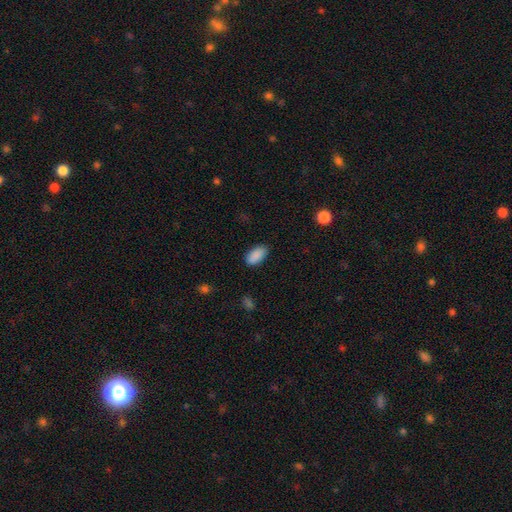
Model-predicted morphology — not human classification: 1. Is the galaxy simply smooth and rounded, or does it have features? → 89% smooth, 7% star or artifact, 3% featured or disk.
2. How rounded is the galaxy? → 93% in between, 4% cigar-shaped, 3% round.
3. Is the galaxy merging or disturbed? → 83% none, 13% minor disturbance, 3% major disturbance, 1% merger.